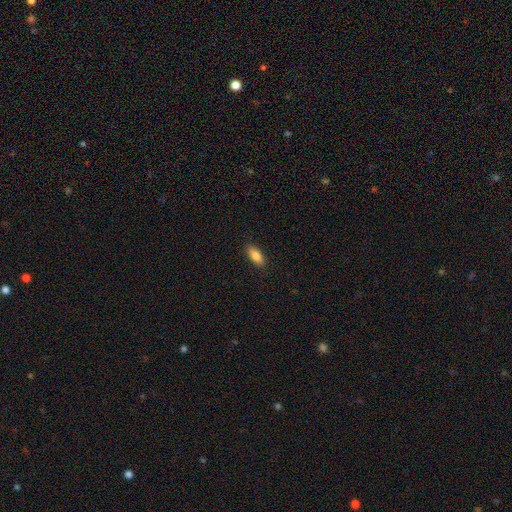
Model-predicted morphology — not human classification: A smooth galaxy with no disk features (83%) that is in between round and cigar-shaped (83%).

Vote fractions:
- Smooth or featured? smooth: 83% / featured or disk: 10% / star or artifact: 7%
- How rounded? in between: 83% / cigar-shaped: 15% / round: 2%
- Merging? none: 88% / minor disturbance: 9% / major disturbance: 2% / merger: 1%